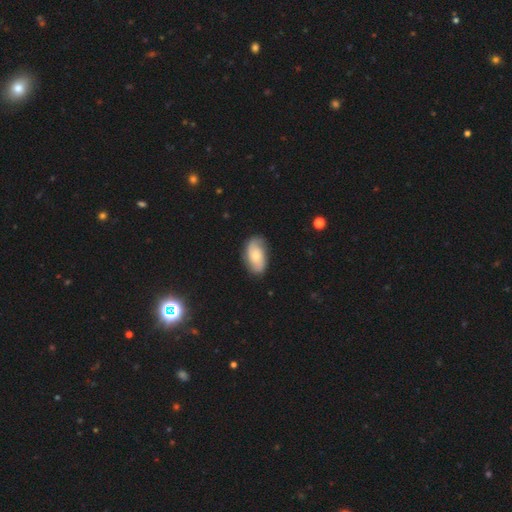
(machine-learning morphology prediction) featured or disk 51%, smooth 43%, star or artifact 7%. Down the decision tree: edge-on disk — no (95%); merging — none (73%).